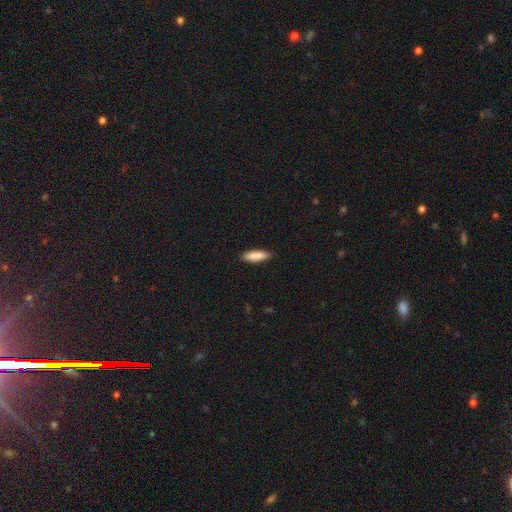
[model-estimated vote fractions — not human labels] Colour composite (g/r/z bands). It shows a smooth galaxy with no disk features (88%) that is cigar-shaped (60%). Merging: none (88%).